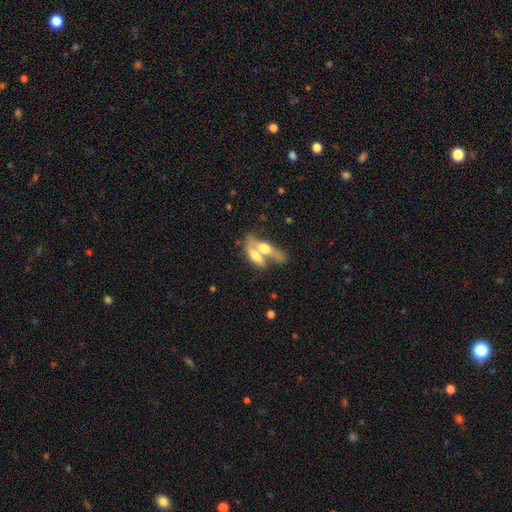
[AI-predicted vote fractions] Smooth or featured: smooth — 53% (featured or disk — 40%)
How rounded: in between — 63% (cigar-shaped — 33%)
Merging: merger — 68% (none — 19%)